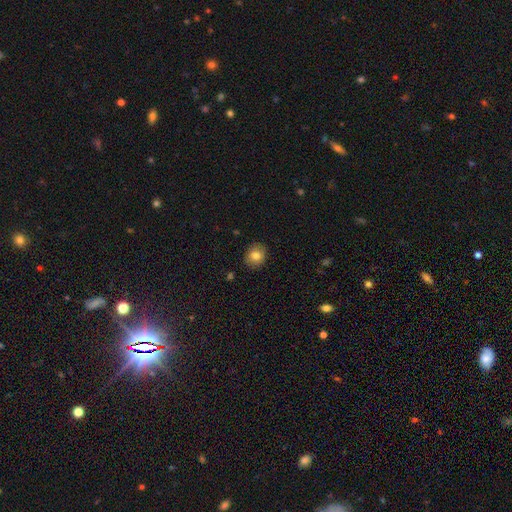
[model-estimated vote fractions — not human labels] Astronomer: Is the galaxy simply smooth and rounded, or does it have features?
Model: smooth — 81%.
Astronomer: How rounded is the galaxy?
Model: round — 73%.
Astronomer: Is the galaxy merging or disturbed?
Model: none — 88%.